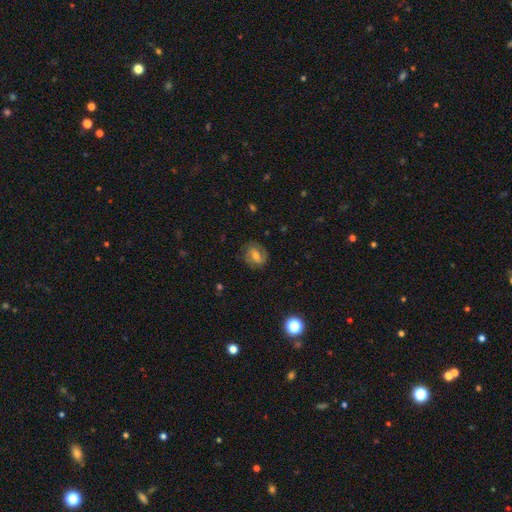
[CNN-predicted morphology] Smooth or featured: featured or disk — 64% (smooth — 26%)
Edge-on disk: no — 97% (yes — 3%)
Bar: weak — 49% (no — 31%)
Spiral arms: yes — 88% (no — 12%)
Spiral winding: medium — 44% (tight — 37%)
Spiral arm count: 2 — 71% (can't tell — 12%)
Bulge size: moderate — 55% (small — 36%)
Merging: none — 77% (minor disturbance — 16%)